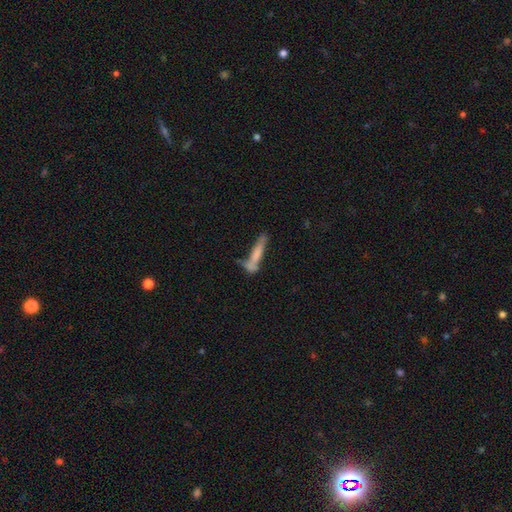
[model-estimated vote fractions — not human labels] A smooth galaxy with no disk features (60%) that is cigar-shaped (88%). Merging: none (45%).